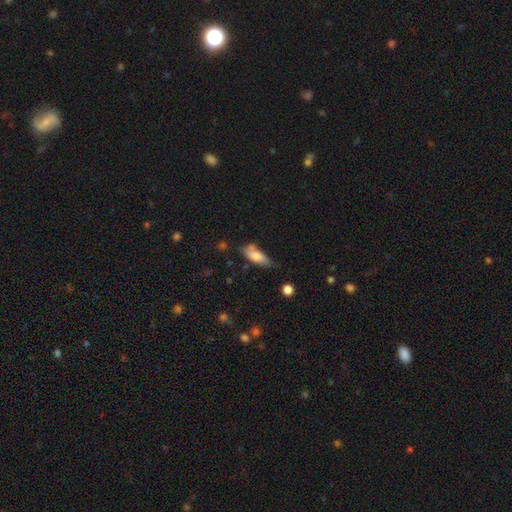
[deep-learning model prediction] Morphology: type=smooth (73%); roundness=in between (71%); merging=none (54%).